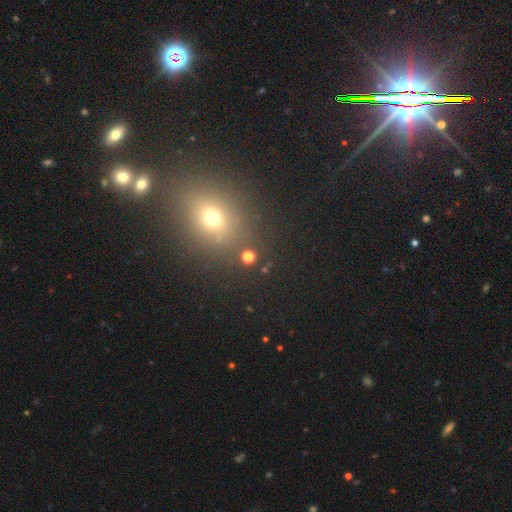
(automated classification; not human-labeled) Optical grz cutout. It shows a smooth galaxy with no disk features (44%). Merging: none (83%).